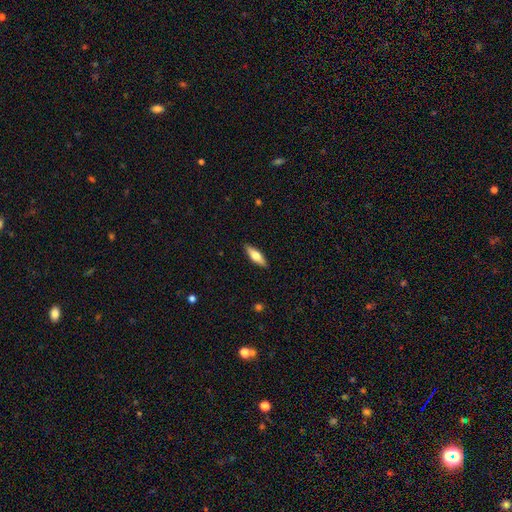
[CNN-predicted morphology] Smooth or featured: smooth — 55% (featured or disk — 40%)
How rounded: cigar-shaped — 53% (in between — 45%)
Merging: none — 90% (minor disturbance — 8%)